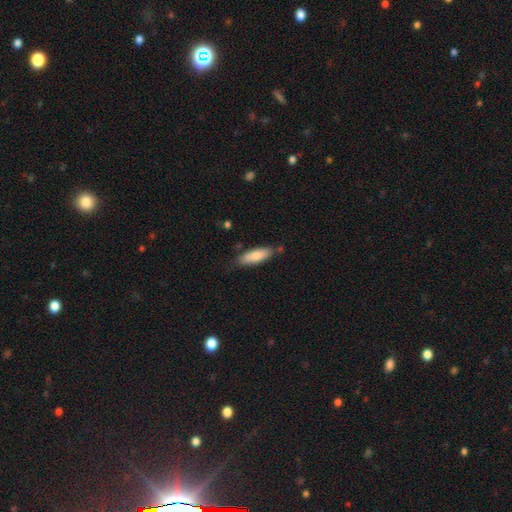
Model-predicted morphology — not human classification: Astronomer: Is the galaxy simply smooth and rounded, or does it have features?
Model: smooth — 77%.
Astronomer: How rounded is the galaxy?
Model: in between — 56% (runner-up: cigar-shaped, 43%).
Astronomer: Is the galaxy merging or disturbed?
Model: none — 76%.